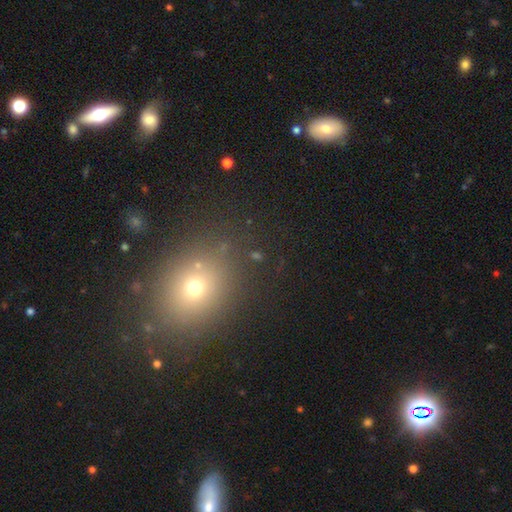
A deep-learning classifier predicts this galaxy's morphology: smooth_or_featured: smooth (p=0.51) [alt: star or artifact p=0.37]
how_rounded: round (p=0.67) [alt: in between p=0.30]
merging: none (p=0.80) [alt: minor disturbance p=0.09]